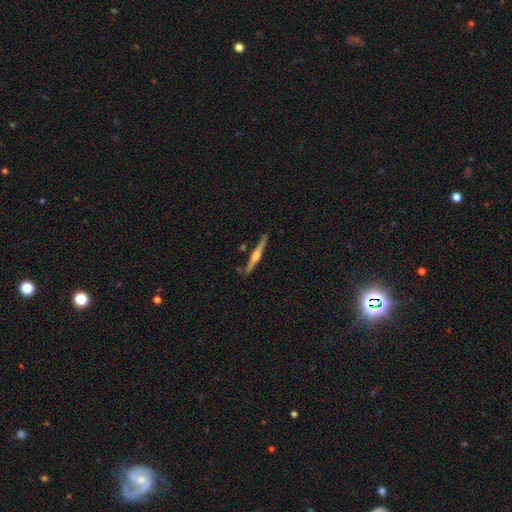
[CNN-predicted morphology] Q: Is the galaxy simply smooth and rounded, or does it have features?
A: featured or disk — 74%.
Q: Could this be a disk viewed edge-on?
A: yes — 98%.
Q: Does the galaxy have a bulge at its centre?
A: rounded — 80%.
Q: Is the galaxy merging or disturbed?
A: none — 87%.